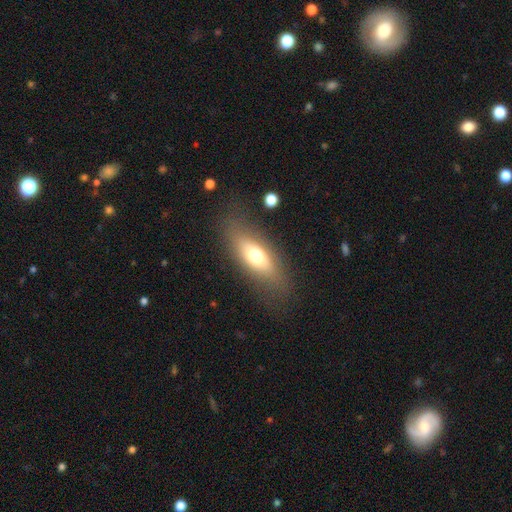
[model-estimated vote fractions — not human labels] A smooth galaxy with no disk features (63%) that is in between round and cigar-shaped (66%). Merging: none (77%).